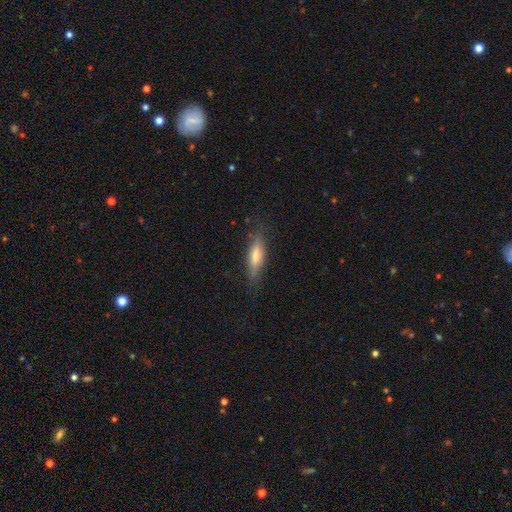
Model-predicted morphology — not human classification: The model was most divided on "smooth or featured": smooth: 59%, featured or disk: 34%, star or artifact: 7%. More confident: merging — none (82%); how rounded — cigar-shaped (72%).